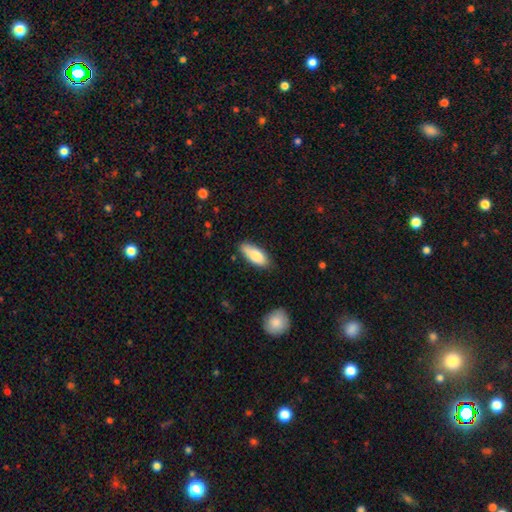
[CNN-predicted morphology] smooth 82%, featured or disk 12%, star or artifact 6%. Down the decision tree: how rounded — in between (80%); merging — none (77%).